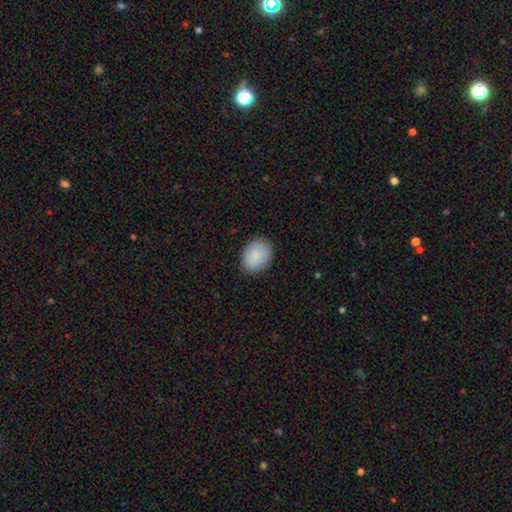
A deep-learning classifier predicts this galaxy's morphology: This appears to be a smooth galaxy with no disk features (89%) that is in between round and cigar-shaped (72%). Merging: none (87%).